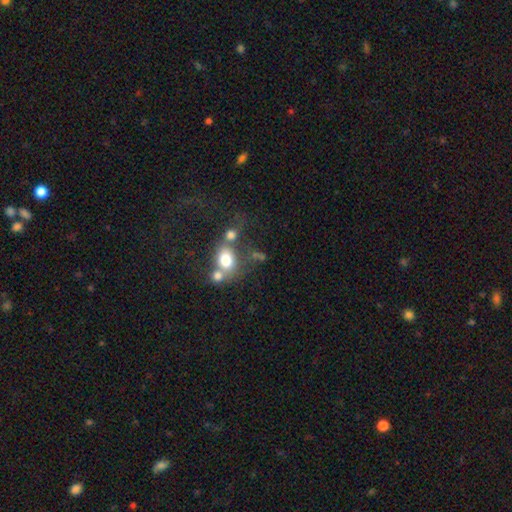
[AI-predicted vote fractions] Smooth or featured: smooth — 62% (featured or disk — 20%)
How rounded: in between — 49% (tied with round — 49%)
Merging: merger — 44% (none — 30%)